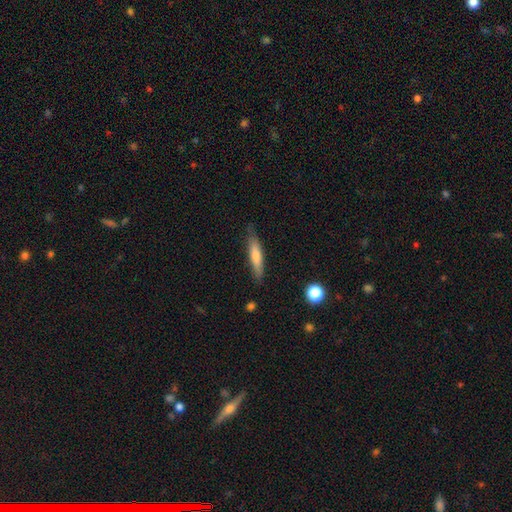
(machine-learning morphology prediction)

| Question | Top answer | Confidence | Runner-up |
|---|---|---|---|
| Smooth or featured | smooth | 64% | featured or disk (30%) |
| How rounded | cigar-shaped | 88% | in between (11%) |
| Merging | none | 81% | minor disturbance (15%) |